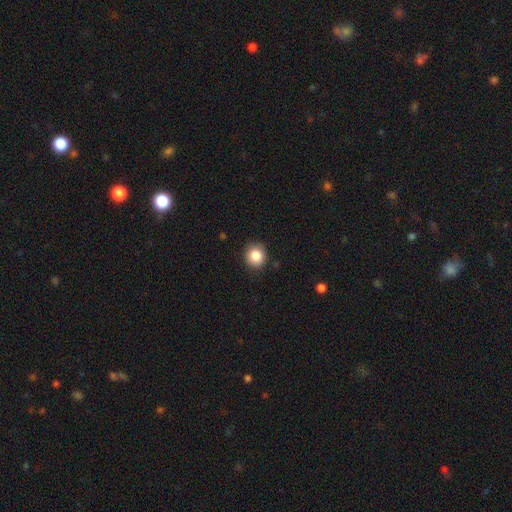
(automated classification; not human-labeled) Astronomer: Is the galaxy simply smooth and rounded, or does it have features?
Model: smooth — 86%.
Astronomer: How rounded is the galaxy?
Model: round — 87%.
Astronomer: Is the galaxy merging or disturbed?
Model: none — 88%.